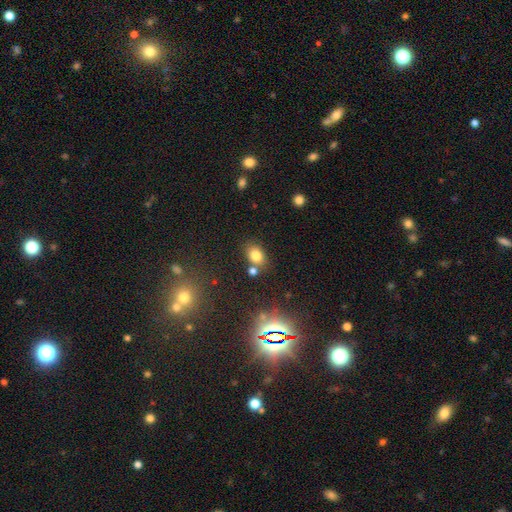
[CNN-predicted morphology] Smooth or featured: smooth — 78% (star or artifact — 14%)
How rounded: in between — 70% (round — 28%)
Merging: none — 70% (merger — 14%)